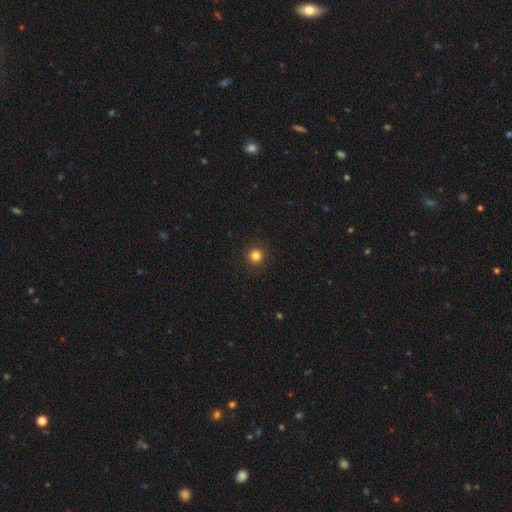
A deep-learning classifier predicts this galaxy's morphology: smooth 83%, star or artifact 13%, featured or disk 4%. Down the decision tree: how rounded — round (95%); merging — none (92%).